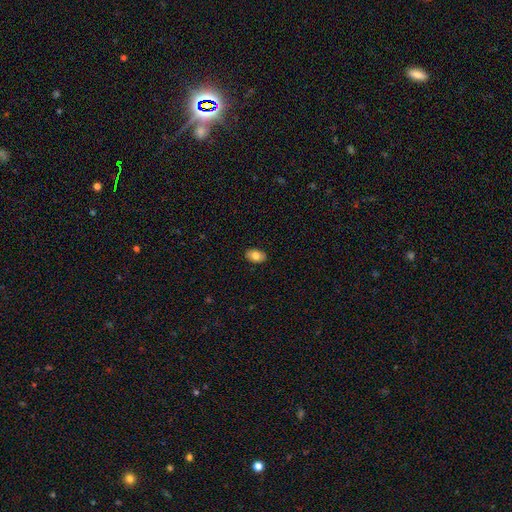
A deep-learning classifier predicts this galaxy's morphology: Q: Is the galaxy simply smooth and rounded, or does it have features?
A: smooth — 82%.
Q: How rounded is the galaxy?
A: in between — 90%.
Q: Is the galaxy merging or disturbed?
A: none — 89%.